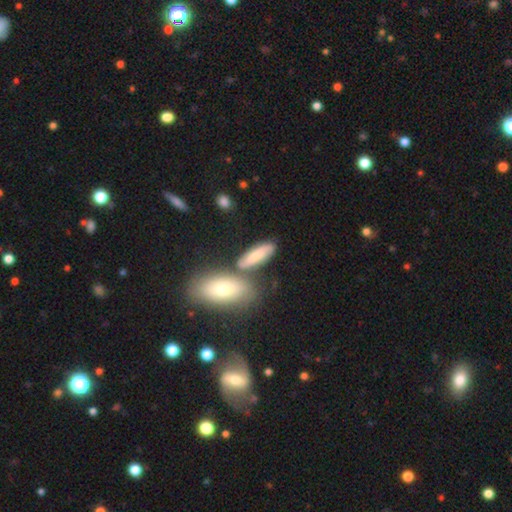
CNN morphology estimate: smooth_or_featured: smooth (p=0.68) [alt: featured or disk p=0.25]
how_rounded: in between (p=0.54) [alt: cigar-shaped p=0.43]
merging: none (p=0.58) [alt: merger p=0.21]